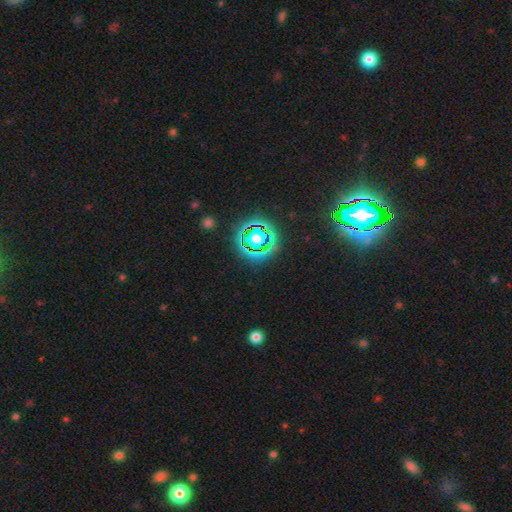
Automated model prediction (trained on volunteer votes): The model was most divided on "smooth or featured": star or artifact: 82%, smooth: 11%, featured or disk: 7%.